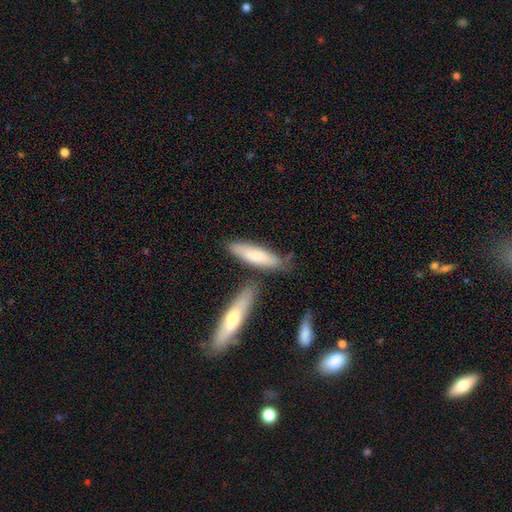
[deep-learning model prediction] Smooth or featured: smooth — 74% (featured or disk — 21%)
How rounded: cigar-shaped — 69% (in between — 29%)
Merging: none — 63% (minor disturbance — 18%)